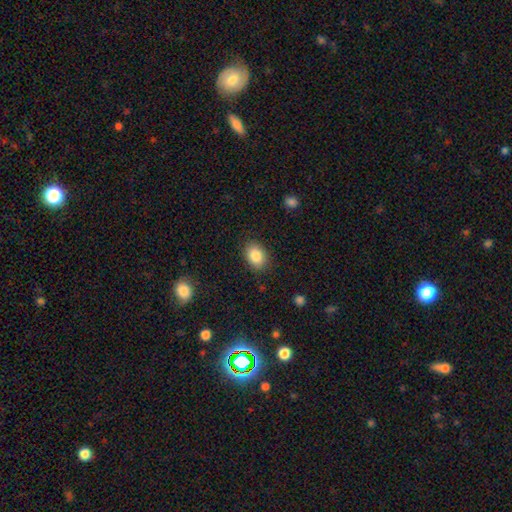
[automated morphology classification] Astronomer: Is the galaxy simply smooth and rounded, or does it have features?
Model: smooth — 86%.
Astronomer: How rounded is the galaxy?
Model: in between — 78%.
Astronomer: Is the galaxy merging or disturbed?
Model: none — 85%.